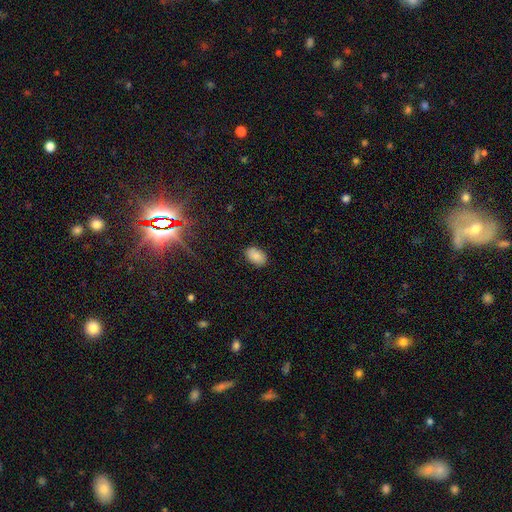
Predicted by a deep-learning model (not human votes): A smooth galaxy with no disk features (83%) that is in between round and cigar-shaped (90%). Merging: none (85%).